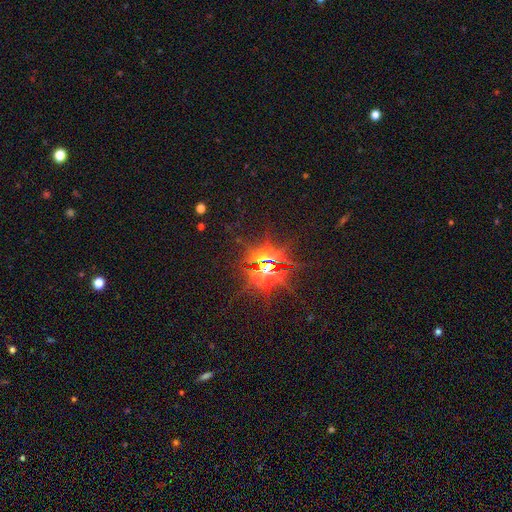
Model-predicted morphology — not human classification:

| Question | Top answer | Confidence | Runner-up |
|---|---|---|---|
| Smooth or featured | star or artifact | 85% | featured or disk (8%) |